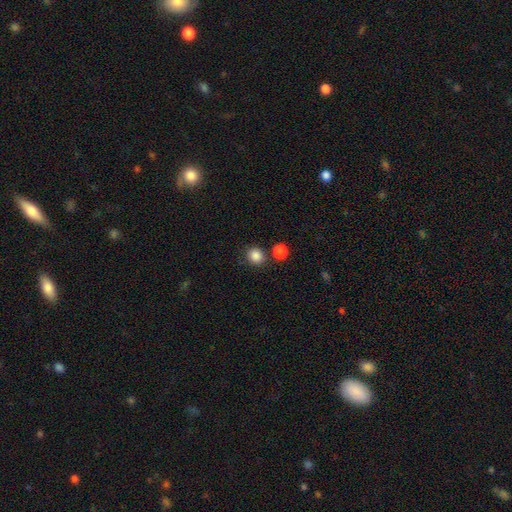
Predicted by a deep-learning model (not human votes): The model was most divided on "merging": none: 76%, merger: 11%, minor disturbance: 10%, major disturbance: 3%. More confident: smooth or featured — smooth (86%); how rounded — round (82%).